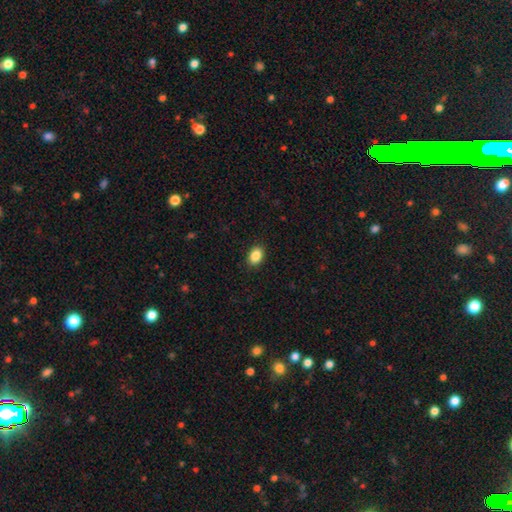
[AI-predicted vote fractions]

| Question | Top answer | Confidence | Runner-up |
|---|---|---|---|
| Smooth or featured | smooth | 88% | star or artifact (8%) |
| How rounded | in between | 83% | round (16%) |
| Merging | none | 90% | minor disturbance (7%) |